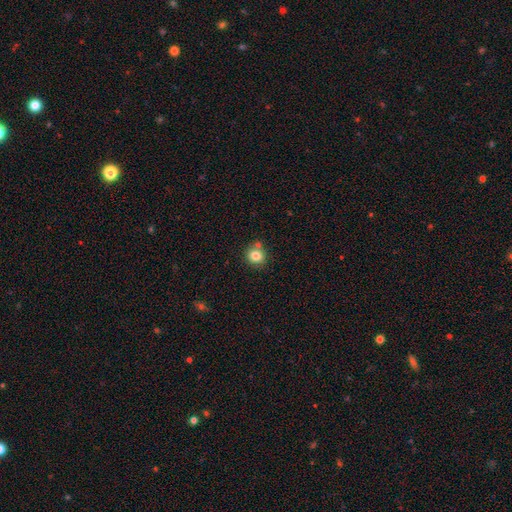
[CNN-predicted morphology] type=smooth (82%); roundness=round (85%); merging=none (69%).